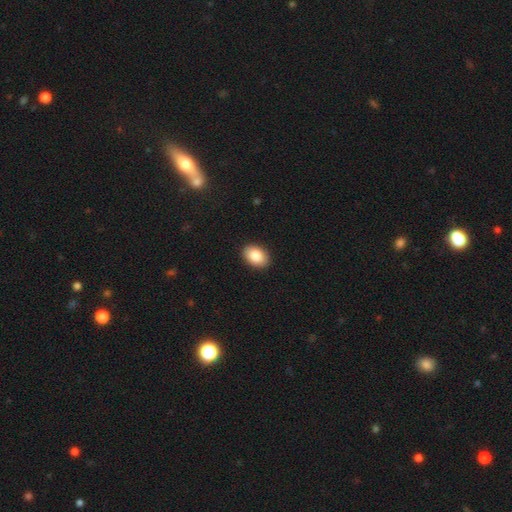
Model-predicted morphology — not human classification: Smooth or featured?
  - smooth: 86% *
  - star or artifact: 7%
  - featured or disk: 7%
How rounded?
  - in between: 84% *
  - round: 15%
  - cigar-shaped: 1%
Merging?
  - none: 91% *
  - minor disturbance: 7%
  - major disturbance: 2%
  - merger: 1%